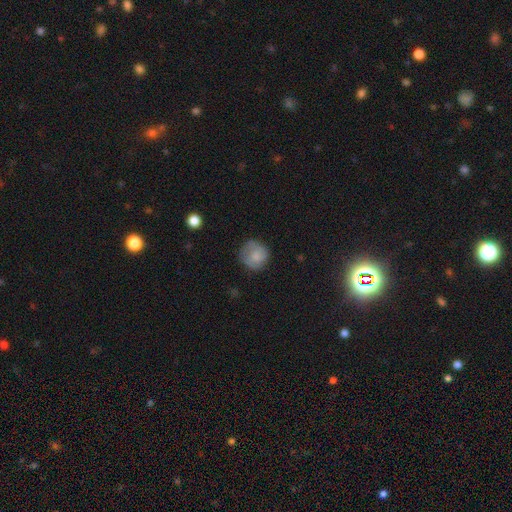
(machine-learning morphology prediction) Smooth or featured? Predicted: smooth (p=0.75). How rounded? Predicted: round (p=0.89). Merging? Predicted: none (p=0.68).